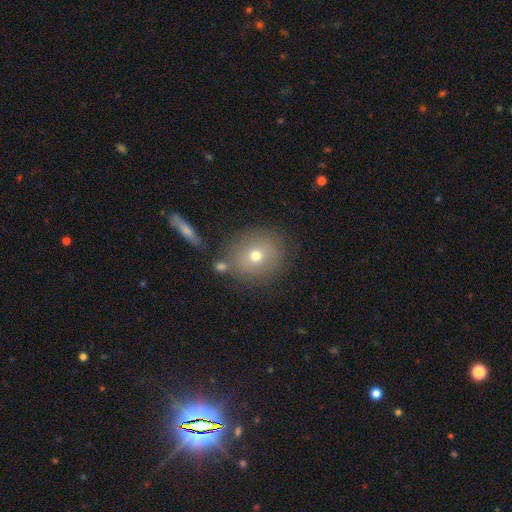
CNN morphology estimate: Smooth or featured? Predicted: smooth (p=0.67). How rounded? Predicted: round (p=0.83). Merging? Predicted: none (p=0.75).